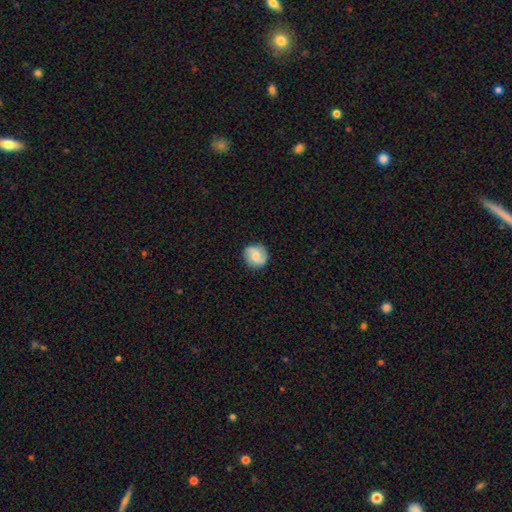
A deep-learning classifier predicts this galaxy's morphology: smooth_or_featured: featured or disk (p=0.58) [alt: smooth p=0.35]
disk_edge_on: no (p=0.98) [alt: yes p=0.02]
bar: no (p=0.55) [alt: weak p=0.38]
has_spiral_arms: yes (p=0.93) [alt: no p=0.07]
spiral_winding: medium (p=0.46) [alt: tight p=0.31]
spiral_arm_count: 2 (p=0.77) [alt: 3 p=0.08]
bulge_size: moderate (p=0.48) [alt: small p=0.36]
merging: none (p=0.85) [alt: minor disturbance p=0.11]